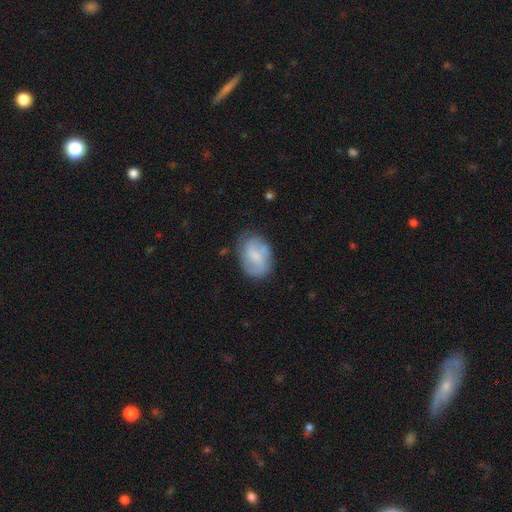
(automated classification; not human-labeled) Smooth or featured?
  - featured or disk: 47% *
  - smooth: 46%
  - star or artifact: 7%
Merging?
  - none: 66% *
  - minor disturbance: 23%
  - major disturbance: 7%
  - merger: 3%